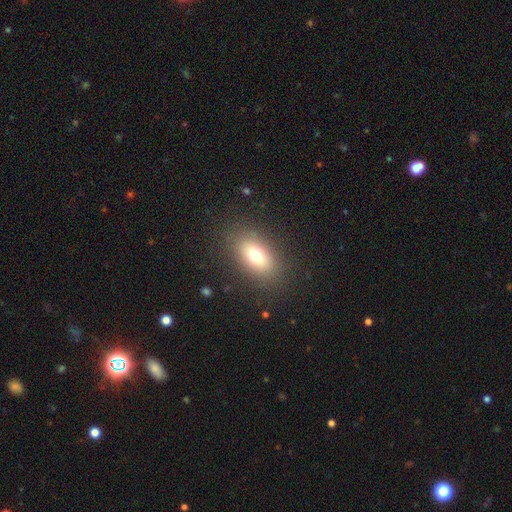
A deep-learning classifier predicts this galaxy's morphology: smooth-or-featured: smooth: 74% | featured or disk: 15% | star or artifact: 11%
  how-rounded: in between: 85% | round: 12% | cigar-shaped: 3%
  merging: none: 85% | minor disturbance: 10% | major disturbance: 5% | merger: 1%